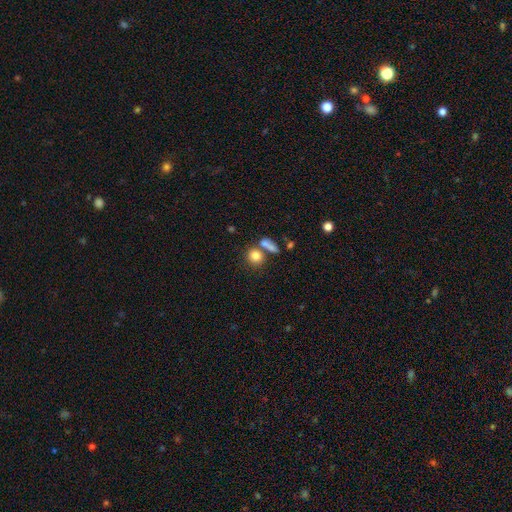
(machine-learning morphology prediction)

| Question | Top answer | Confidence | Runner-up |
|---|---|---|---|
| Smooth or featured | smooth | 81% | star or artifact (10%) |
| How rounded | round | 78% | in between (19%) |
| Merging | none | 60% | merger (26%) |